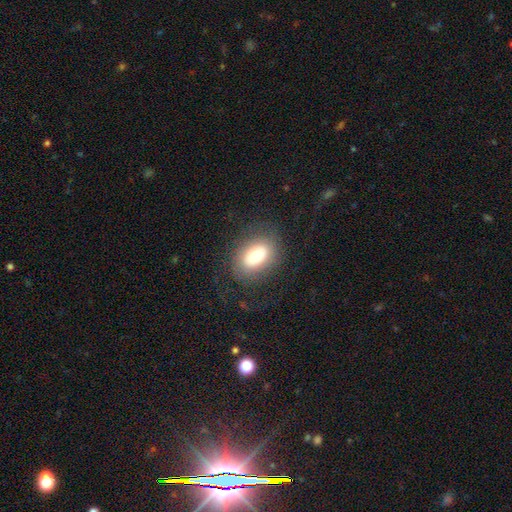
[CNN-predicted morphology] A smooth galaxy with no disk features (73%) that is in between round and cigar-shaped (84%). Merging: none (75%).